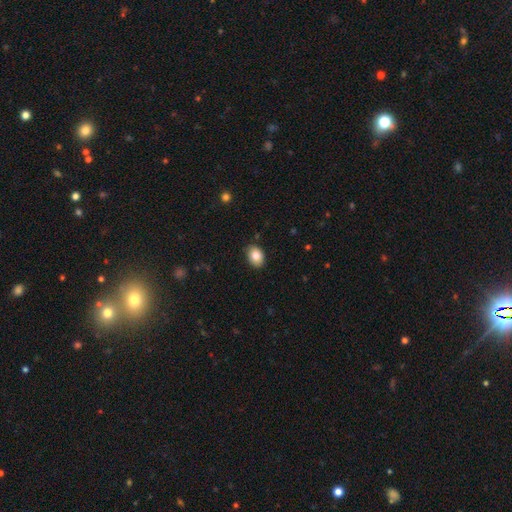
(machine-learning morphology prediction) A smooth galaxy with no disk features (83%) that is in between round and cigar-shaped (77%). Merging: none (87%).